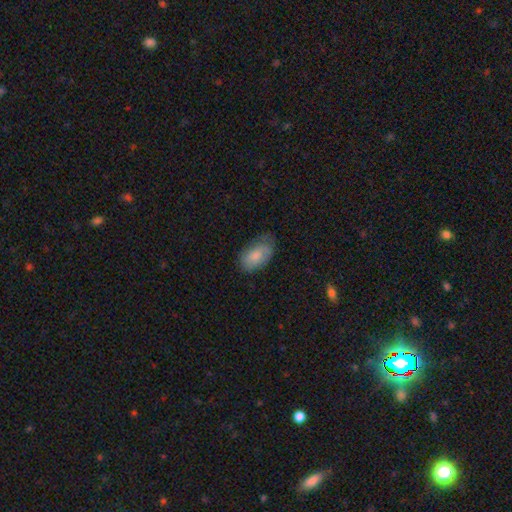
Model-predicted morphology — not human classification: Overall: smooth (77%). How rounded: in between (93%). Merging: none (58%; minor disturbance 31%).